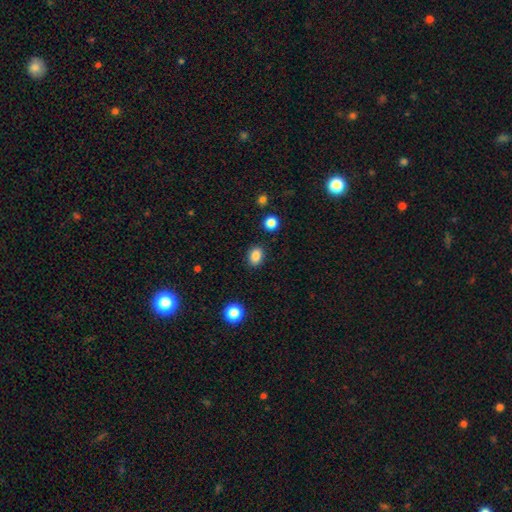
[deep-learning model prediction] A smooth galaxy with no disk features (86%) that is in between round and cigar-shaped (66%).

Vote fractions:
- Smooth or featured? smooth: 86% / star or artifact: 10% / featured or disk: 4%
- How rounded? in between: 66% / round: 33% / cigar-shaped: 1%
- Merging? none: 88% / minor disturbance: 8% / major disturbance: 2% / merger: 2%